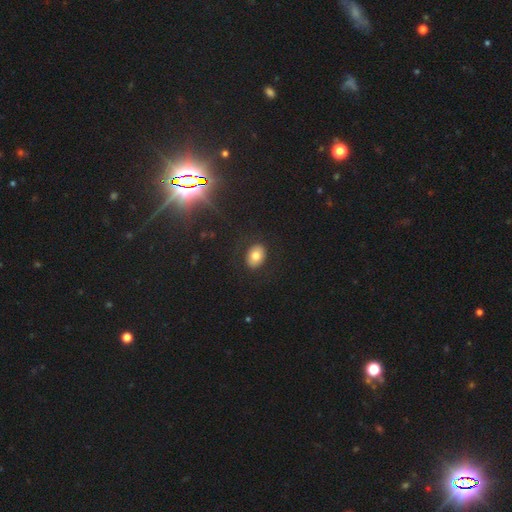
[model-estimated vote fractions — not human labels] A smooth galaxy with no disk features (75%) that is in between round and cigar-shaped (70%). Merging: none (87%).